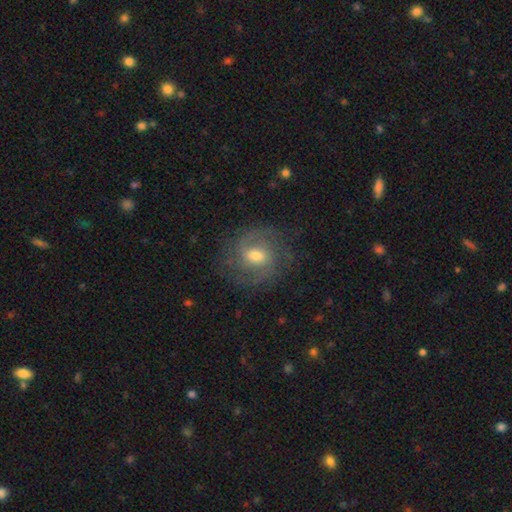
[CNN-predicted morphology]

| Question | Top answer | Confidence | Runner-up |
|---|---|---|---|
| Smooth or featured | featured or disk | 75% | smooth (18%) |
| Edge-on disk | no | 97% | yes (3%) |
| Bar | weak | 49% | no (40%) |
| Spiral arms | yes | 92% | no (8%) |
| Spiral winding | medium | 45% | tight (40%) |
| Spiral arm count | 2 | 52% | can't tell (21%) |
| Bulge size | moderate | 66% | small (26%) |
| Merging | none | 76% | minor disturbance (15%) |